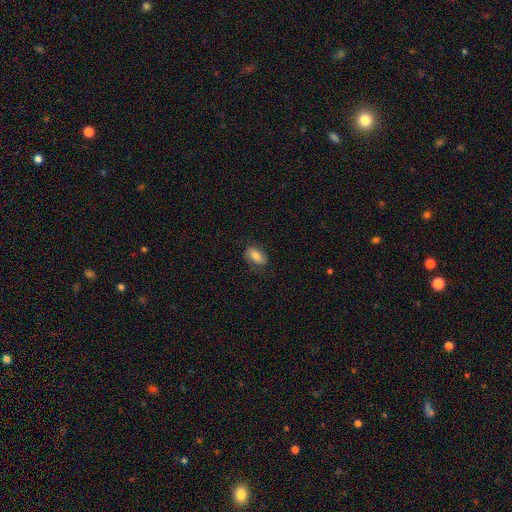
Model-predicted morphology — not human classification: Smooth or featured? Predicted: smooth (p=0.67). How rounded? Predicted: in between (p=0.90). Merging? Predicted: none (p=0.72).